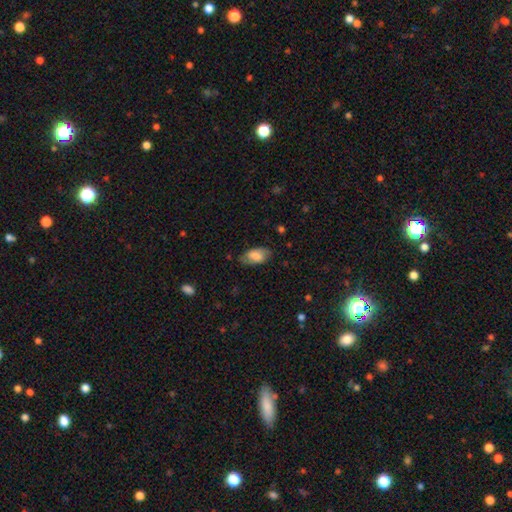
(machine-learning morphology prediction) Q: Smooth or featured?
A: smooth (76%); runner-up: featured or disk (17%)
Q: How rounded?
A: in between (93%); runner-up: round (4%)
Q: Merging?
A: none (71%); runner-up: minor disturbance (22%)